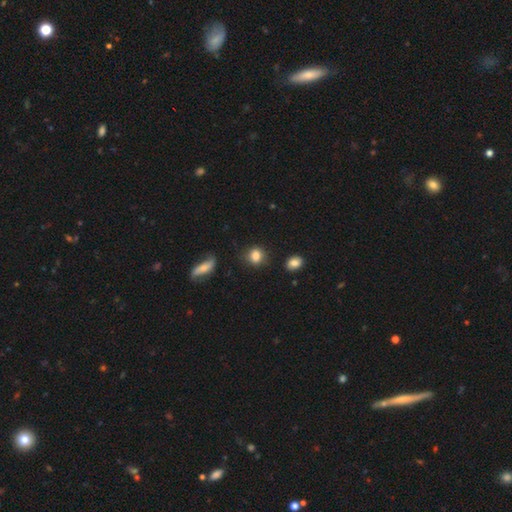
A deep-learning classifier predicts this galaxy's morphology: Smooth or featured? Predicted: smooth (p=0.83). How rounded? Predicted: round (p=0.62). Merging? Predicted: none (p=0.76).